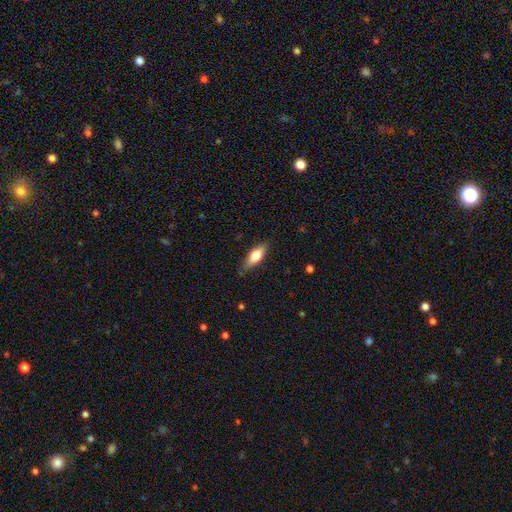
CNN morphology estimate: A smooth galaxy with no disk features (65%) that is in between round and cigar-shaped (61%).

Vote fractions:
- Smooth or featured? smooth: 65% / featured or disk: 28% / star or artifact: 6%
- How rounded? in between: 61% / cigar-shaped: 36% / round: 3%
- Merging? none: 82% / minor disturbance: 14% / major disturbance: 3% / merger: 1%